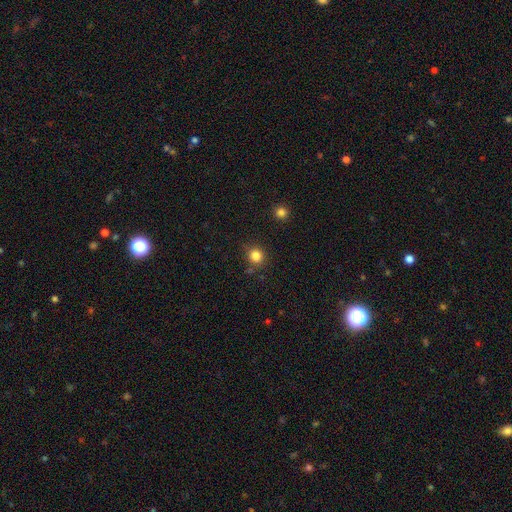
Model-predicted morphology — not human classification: A smooth galaxy with no disk features (84%) that is round (88%). Merging: none (84%).